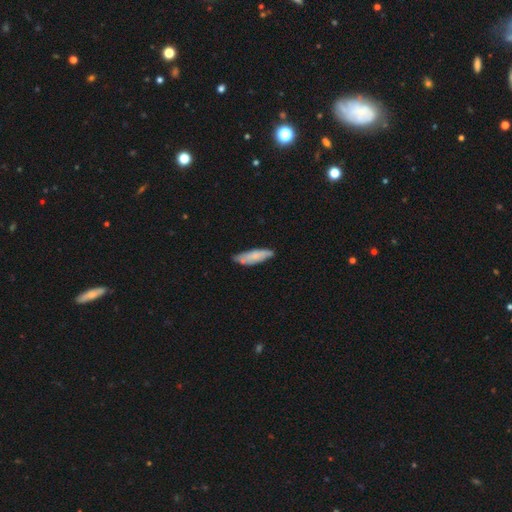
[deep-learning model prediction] This is likely a smooth galaxy (69%). How rounded: possibly cigar-shaped (50%). Merging: likely none (62%).